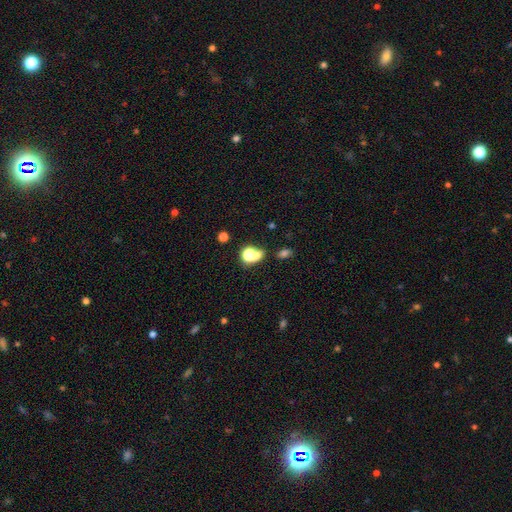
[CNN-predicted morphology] This appears to be a smooth galaxy with no disk features (69%) that is round (57%). Merging: none (38%).